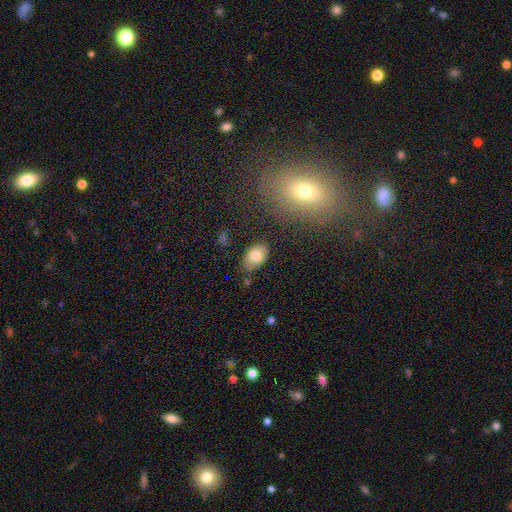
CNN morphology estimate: This is likely a smooth galaxy (80%). How rounded: clearly in between (88%). Merging: likely none (79%).